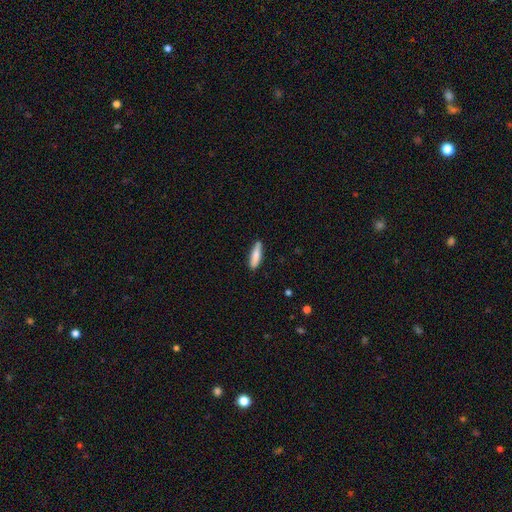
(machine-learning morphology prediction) Q: Smooth or featured?
A: smooth (80%); runner-up: featured or disk (14%)
Q: How rounded?
A: cigar-shaped (71%); runner-up: in between (28%)
Q: Merging?
A: none (85%); runner-up: minor disturbance (12%)